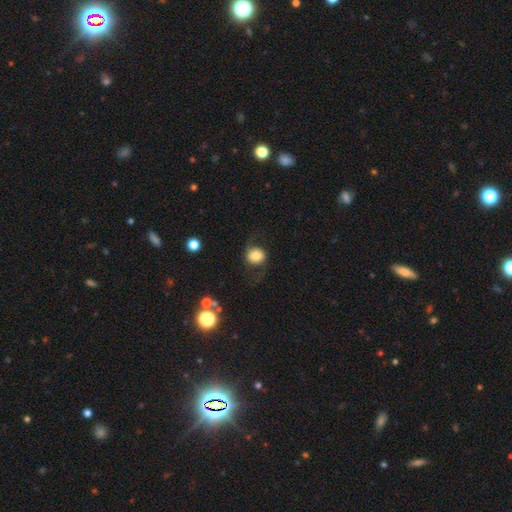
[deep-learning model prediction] Smooth or featured: smooth — 62% (featured or disk — 28%)
How rounded: round — 84% (in between — 15%)
Merging: none — 66% (minor disturbance — 18%)